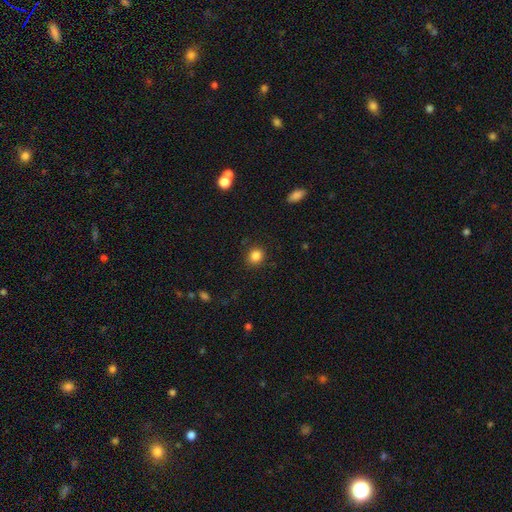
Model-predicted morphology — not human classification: This appears to be a smooth galaxy with no disk features (85%) that is round (82%). Merging: none (88%).